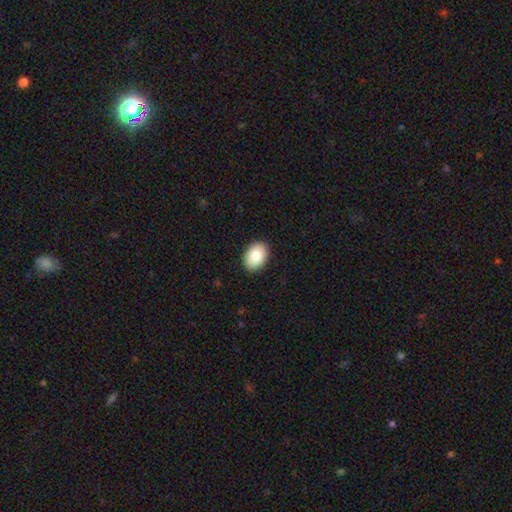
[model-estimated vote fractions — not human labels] smooth_or_featured: smooth (p=0.86) [alt: featured or disk p=0.08]
how_rounded: in between (p=0.84) [alt: round p=0.15]
merging: none (p=0.90) [alt: minor disturbance p=0.07]